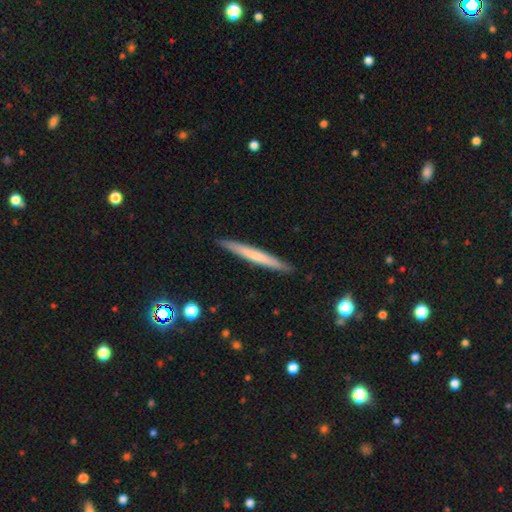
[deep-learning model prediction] smooth 58%, featured or disk 37%, star or artifact 6%. Down the decision tree: how rounded — cigar-shaped (97%); merging — none (91%).